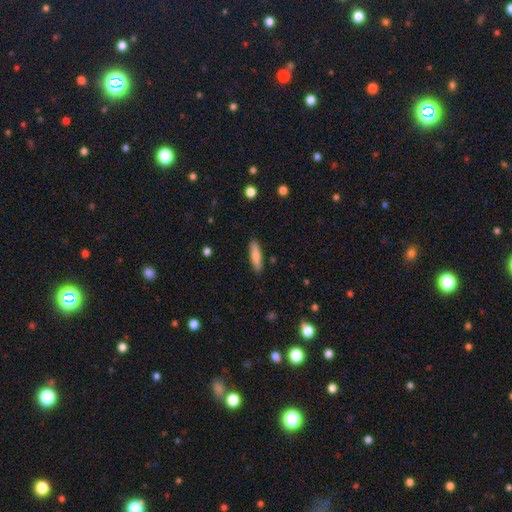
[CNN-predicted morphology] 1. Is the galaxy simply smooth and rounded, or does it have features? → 82% smooth, 11% featured or disk, 6% star or artifact.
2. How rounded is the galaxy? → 73% cigar-shaped, 26% in between, 1% round.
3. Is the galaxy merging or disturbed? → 87% none, 10% minor disturbance, 2% major disturbance, 1% merger.